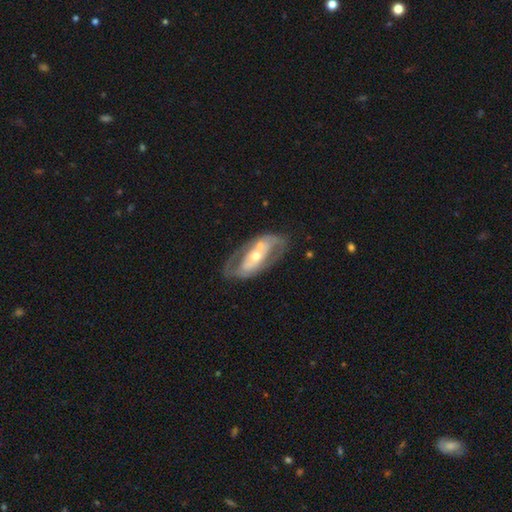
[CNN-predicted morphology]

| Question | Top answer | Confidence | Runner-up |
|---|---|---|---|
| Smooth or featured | featured or disk | 77% | smooth (19%) |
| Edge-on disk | no | 92% | yes (8%) |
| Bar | no | 49% | strong (27%) |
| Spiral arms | yes | 60% | no (40%) |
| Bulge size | moderate | 61% | small (31%) |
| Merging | none | 63% | minor disturbance (18%) |